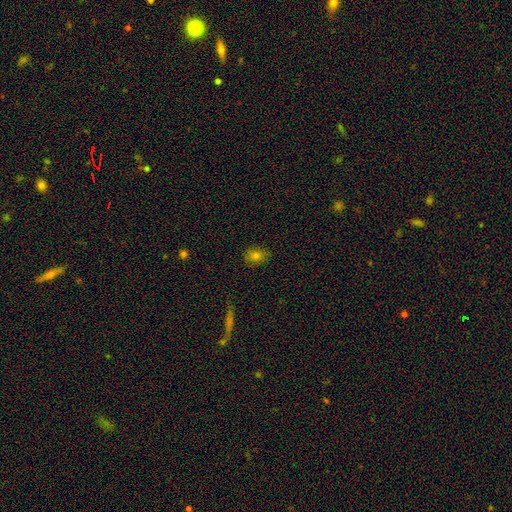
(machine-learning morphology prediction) Smooth or featured?
  - smooth: 75% *
  - star or artifact: 14%
  - featured or disk: 10%
How rounded?
  - in between: 55% *
  - round: 42%
  - cigar-shaped: 2%
Merging?
  - none: 79% *
  - minor disturbance: 16%
  - major disturbance: 3%
  - merger: 1%